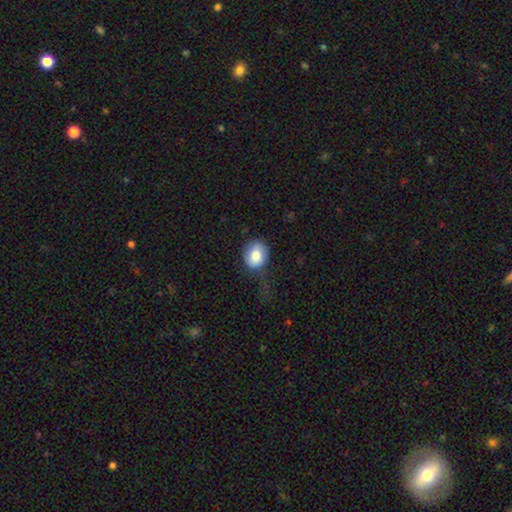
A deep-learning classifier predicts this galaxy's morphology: A smooth galaxy with no disk features (82%) that is round (56%).

Vote fractions:
- Smooth or featured? smooth: 82% / featured or disk: 11% / star or artifact: 7%
- How rounded? round: 56% / in between: 44% / cigar-shaped: 1%
- Merging? none: 54% / minor disturbance: 28% / major disturbance: 16% / merger: 2%